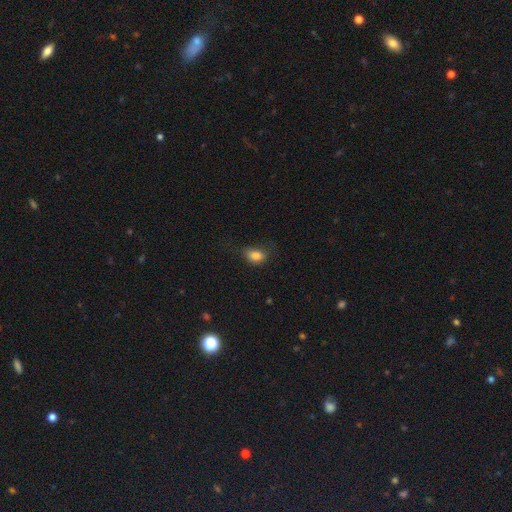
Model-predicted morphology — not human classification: Overall: smooth (83%). How rounded: in between (79%). Merging: none (57%; minor disturbance 28%).